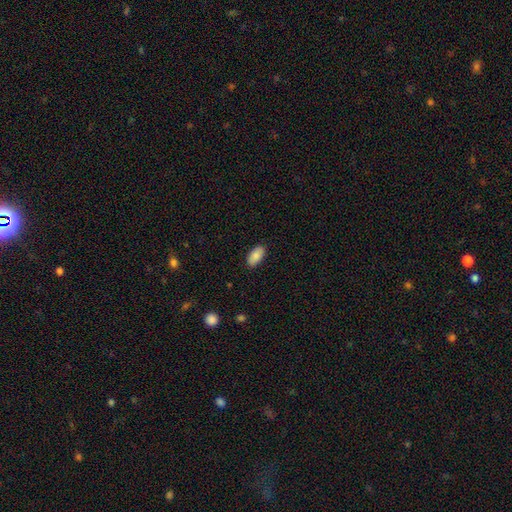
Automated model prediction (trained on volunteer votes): smooth 87%, featured or disk 7%, star or artifact 7%. Down the decision tree: how rounded — in between (94%); merging — none (88%).